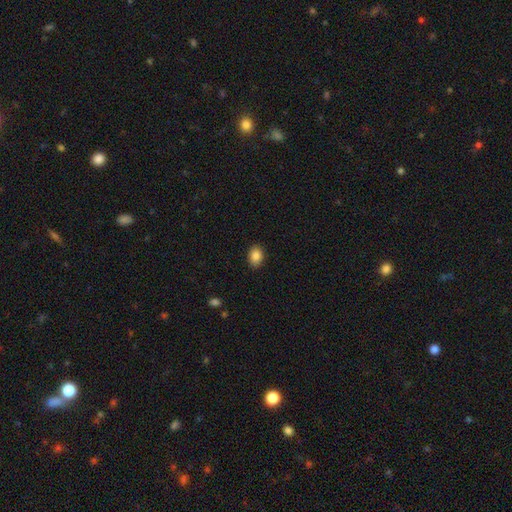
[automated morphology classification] smooth_or_featured: smooth (p=0.87) [alt: star or artifact p=0.09]
how_rounded: in between (p=0.74) [alt: round p=0.25]
merging: none (p=0.88) [alt: minor disturbance p=0.09]